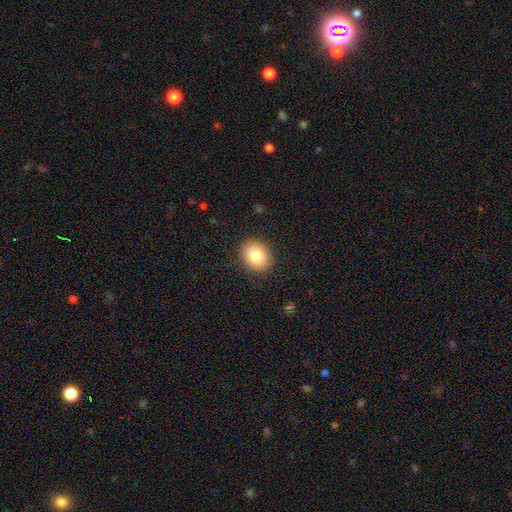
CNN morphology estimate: This appears to be a smooth galaxy with no disk features (84%) that is round (53%). Merging: none (88%).